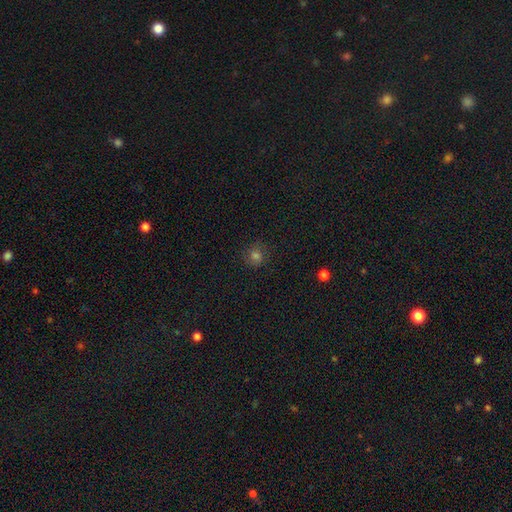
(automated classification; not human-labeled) Smooth or featured? Predicted: smooth (p=0.72). How rounded? Predicted: round (p=0.86). Merging? Predicted: none (p=0.83).